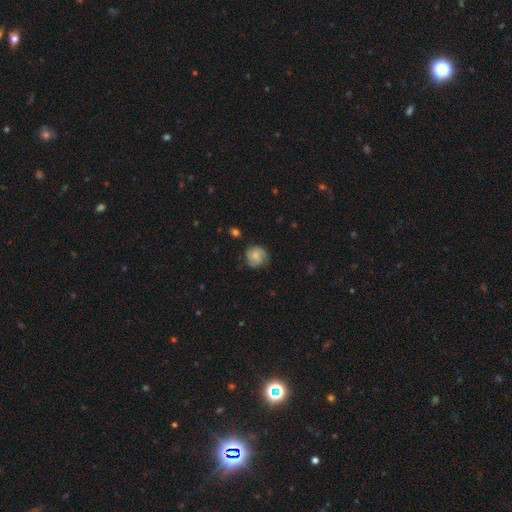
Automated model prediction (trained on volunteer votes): Morphology: type=smooth (53%); roundness=round (87%); merging=none (73%).